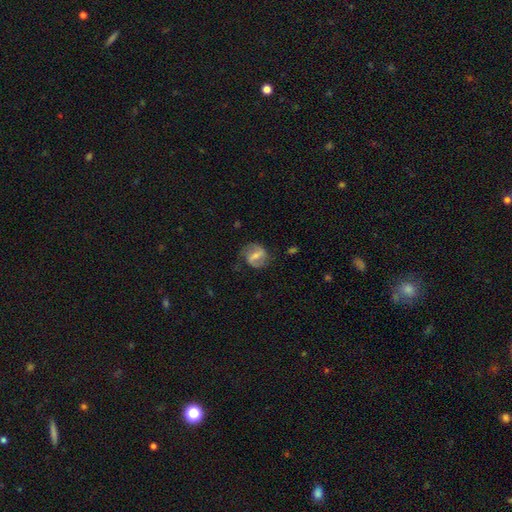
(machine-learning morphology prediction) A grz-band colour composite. It shows a featured or disk galaxy (76%) with a strong bar (48%), 2 (88%) medium (46%) spiral arms (90%) and a small central bulge (47%). Merging: none (73%).